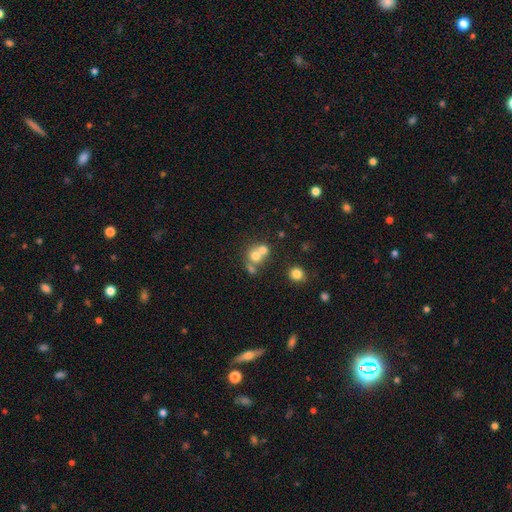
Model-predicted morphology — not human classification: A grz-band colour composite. It shows a smooth galaxy with no disk features (67%) that is round (81%). Merging: merger (53%).